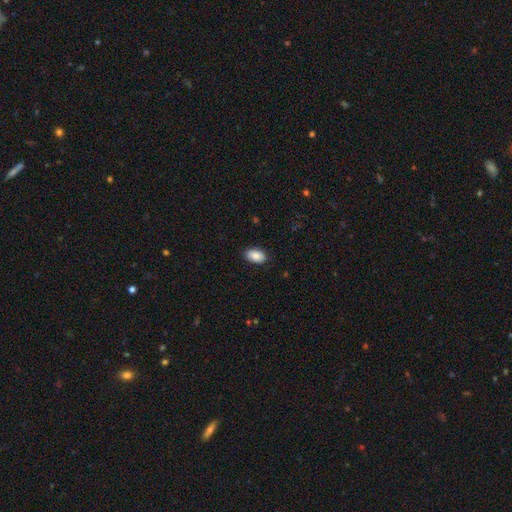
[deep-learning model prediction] This appears to be a smooth galaxy with no disk features (88%) that is in between round and cigar-shaped (93%). Merging: none (87%).